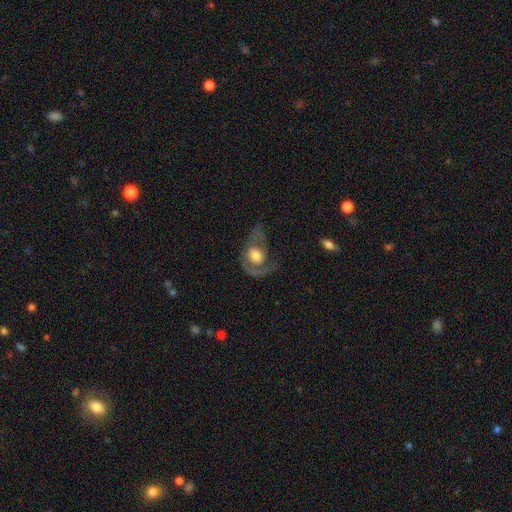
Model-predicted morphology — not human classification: type=featured or disk (67%); edge-on=no (96%); bar=no (78%); spiral arms=yes (74%); bulge=moderate (53%); merging=none (40%).